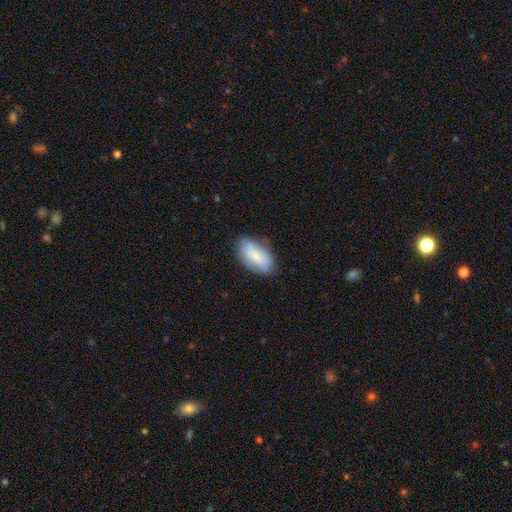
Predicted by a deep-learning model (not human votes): Q: Smooth or featured?
A: smooth (71%); runner-up: featured or disk (22%)
Q: How rounded?
A: in between (92%); runner-up: round (4%)
Q: Merging?
A: none (71%); runner-up: minor disturbance (23%)